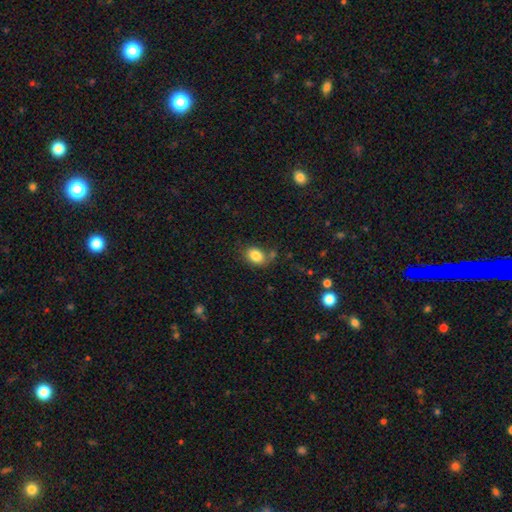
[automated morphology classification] Smooth or featured: smooth — 84% (star or artifact — 9%)
How rounded: in between — 73% (round — 26%)
Merging: none — 69% (minor disturbance — 17%)